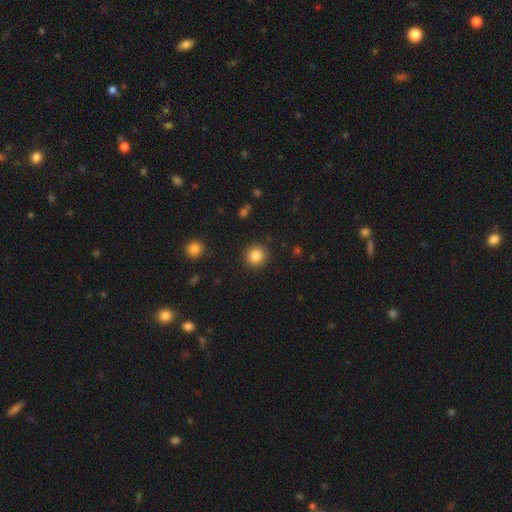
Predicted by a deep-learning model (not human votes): This is clearly a smooth galaxy (84%). How rounded: clearly round (93%). Merging: clearly none (91%).